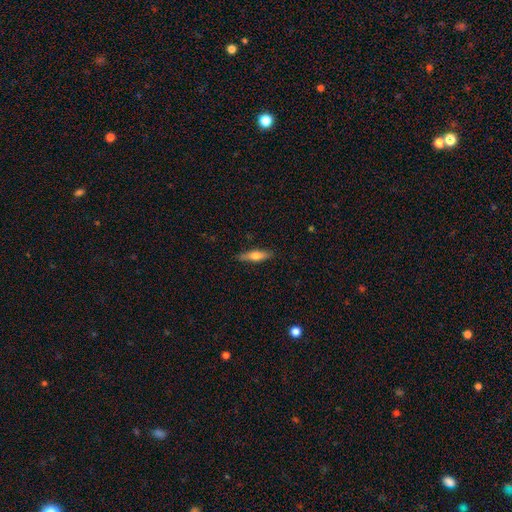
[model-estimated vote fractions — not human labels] A smooth galaxy with no disk features (57%) that is cigar-shaped (68%).

Vote fractions:
- Smooth or featured? smooth: 57% / featured or disk: 37% / star or artifact: 6%
- How rounded? cigar-shaped: 68% / in between: 30% / round: 2%
- Merging? none: 86% / minor disturbance: 10% / major disturbance: 2% / merger: 1%